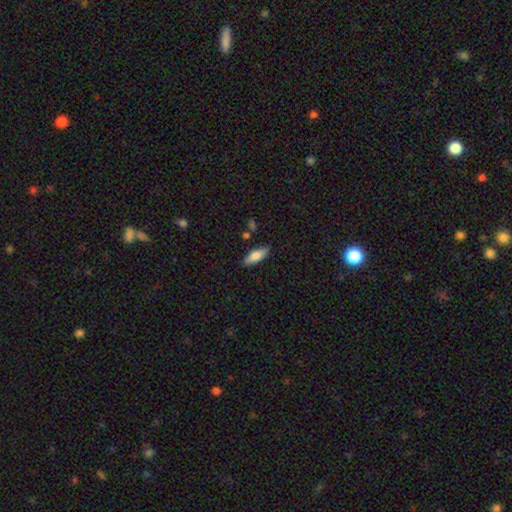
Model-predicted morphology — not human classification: Overall: smooth (76%). How rounded: in between (64%; cigar-shaped 34%). Merging: none (85%).